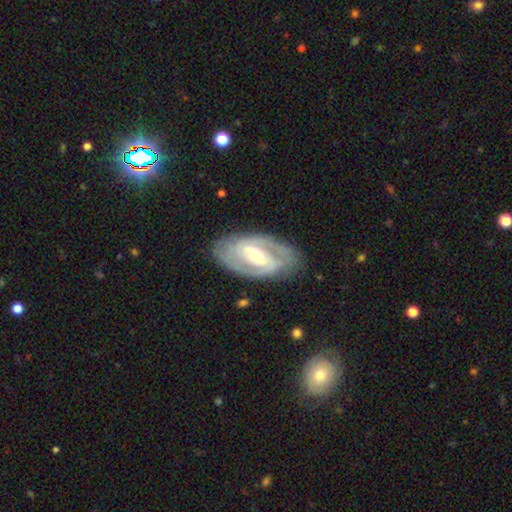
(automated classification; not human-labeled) smooth_or_featured: featured or disk (p=0.83) [alt: smooth p=0.12]
disk_edge_on: no (p=0.95) [alt: yes p=0.05]
bar: strong (p=0.46) [alt: weak p=0.40]
has_spiral_arms: yes (p=0.88) [alt: no p=0.12]
spiral_winding: tight (p=0.50) [alt: medium p=0.38]
spiral_arm_count: 2 (p=0.74) [alt: can't tell p=0.15]
bulge_size: moderate (p=0.60) [alt: small p=0.34]
merging: none (p=0.79) [alt: minor disturbance p=0.15]